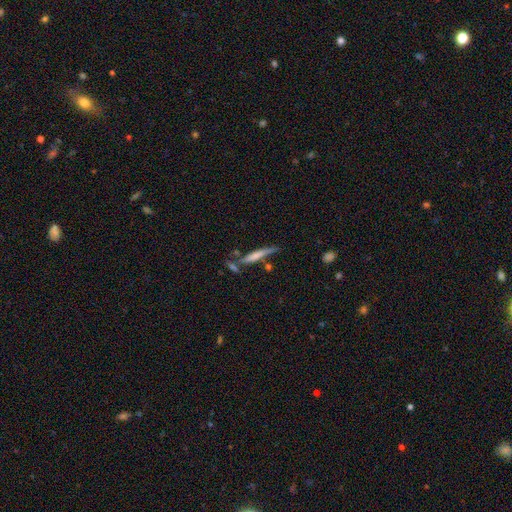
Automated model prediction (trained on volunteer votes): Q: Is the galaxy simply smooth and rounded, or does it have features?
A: smooth — 56%.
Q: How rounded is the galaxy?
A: cigar-shaped — 91%.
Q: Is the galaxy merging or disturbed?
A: none — 57%.